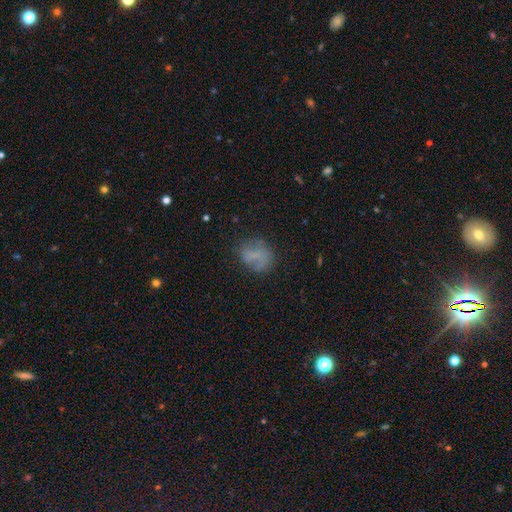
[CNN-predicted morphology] Q: Smooth or featured?
A: smooth (60%); runner-up: featured or disk (26%)
Q: How rounded?
A: round (54%); runner-up: in between (44%)
Q: Merging?
A: none (60%); runner-up: minor disturbance (23%)